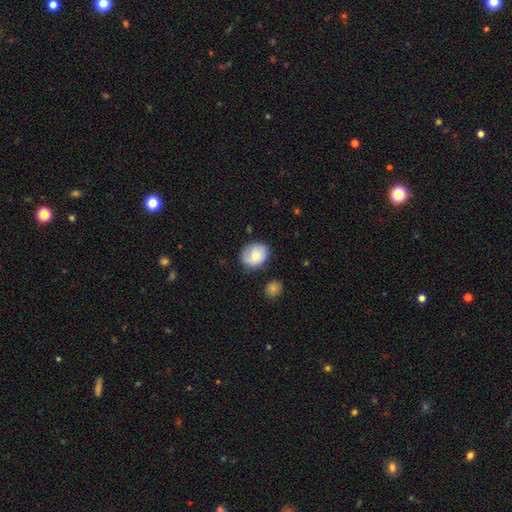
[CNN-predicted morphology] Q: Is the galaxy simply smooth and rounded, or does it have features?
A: smooth — 73%.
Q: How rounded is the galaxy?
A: round — 59%.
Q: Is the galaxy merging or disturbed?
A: none — 73%.